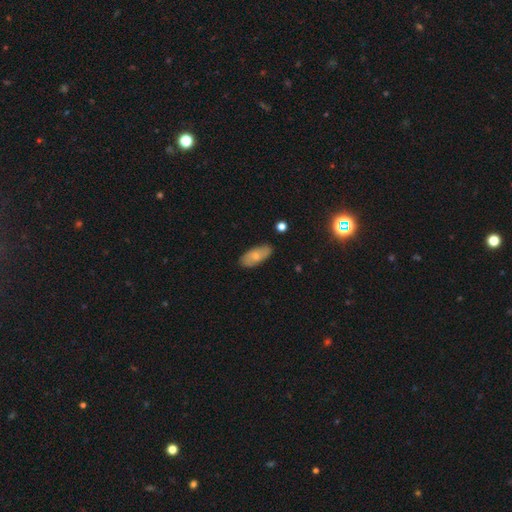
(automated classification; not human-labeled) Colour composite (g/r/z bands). It shows a smooth galaxy with no disk features (70%) that is in between round and cigar-shaped (86%). Merging: none (83%).